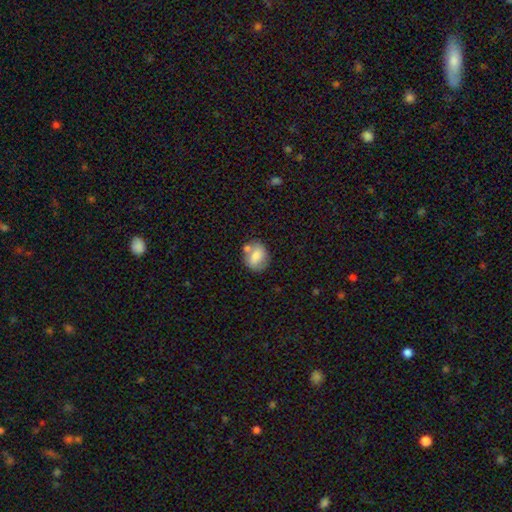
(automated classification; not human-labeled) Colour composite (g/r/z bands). It shows a smooth galaxy with no disk features (65%) that is round (58%). Merging: none (58%).